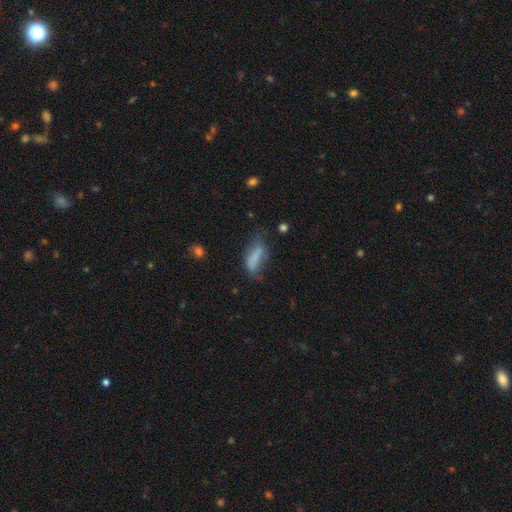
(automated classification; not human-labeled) Smooth or featured? smooth (70%)
How rounded? in between (64%)
Merging? none (37%)